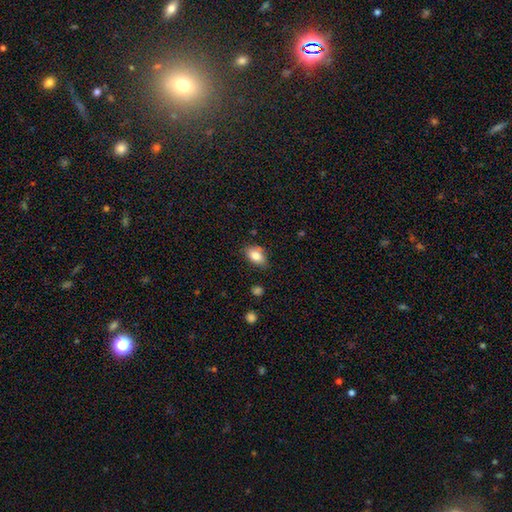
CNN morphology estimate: smooth_or_featured: smooth (p=0.82) [alt: featured or disk p=0.09]
how_rounded: in between (p=0.87) [alt: round p=0.11]
merging: none (p=0.75) [alt: minor disturbance p=0.19]